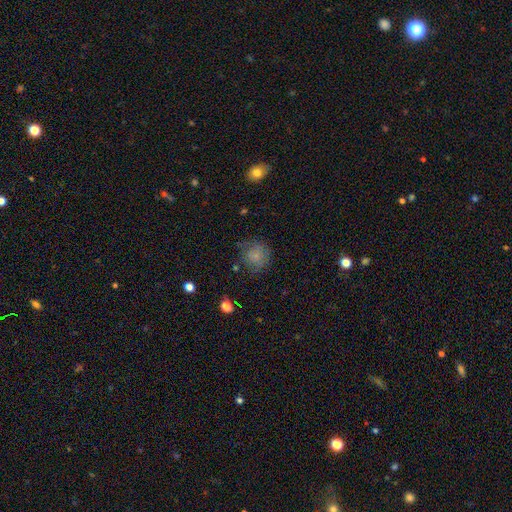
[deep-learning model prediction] A smooth galaxy with no disk features (77%) that is round (89%). Merging: none (69%).